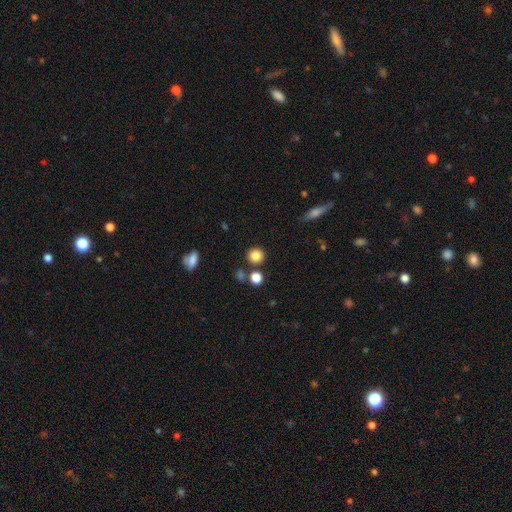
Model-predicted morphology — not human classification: type=smooth (83%); roundness=round (88%); merging=none (82%).